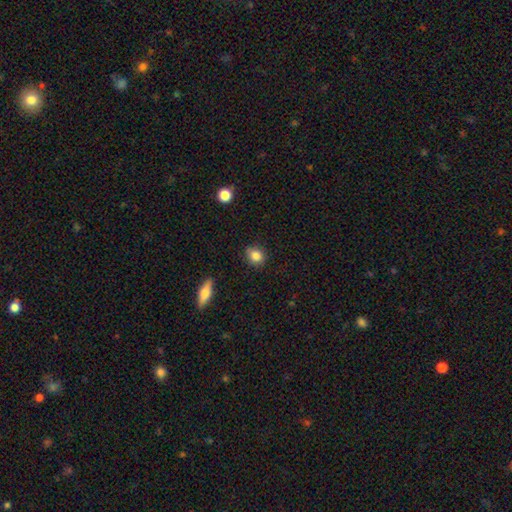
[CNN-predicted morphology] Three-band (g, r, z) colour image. It shows a smooth galaxy with no disk features (84%) that is round (70%). Merging: none (80%).